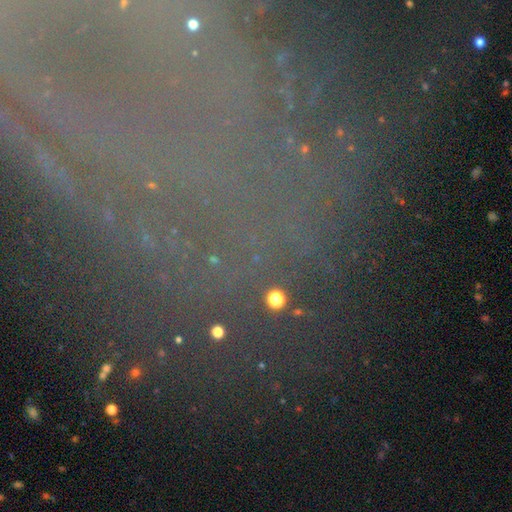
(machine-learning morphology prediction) This appears to be a star or artifact, not a galaxy (74%).